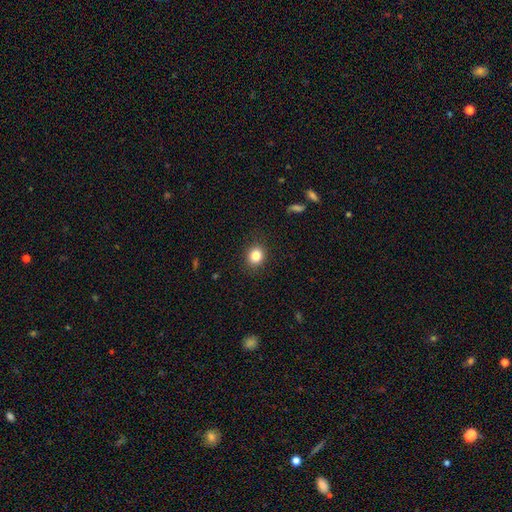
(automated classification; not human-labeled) Morphology: type=smooth (84%); roundness=round (69%); merging=none (88%).